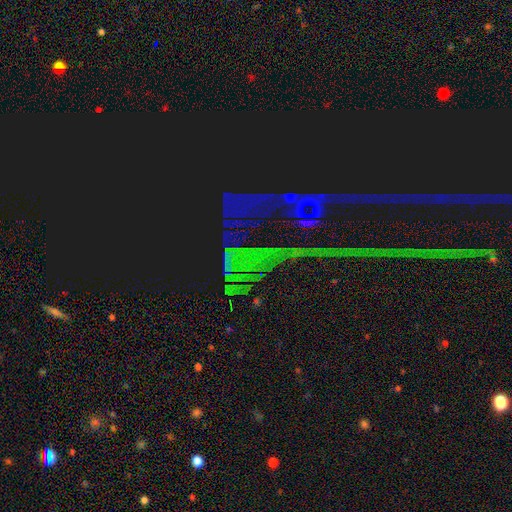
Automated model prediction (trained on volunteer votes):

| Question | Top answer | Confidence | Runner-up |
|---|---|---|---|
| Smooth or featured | star or artifact | 83% | featured or disk (9%) |